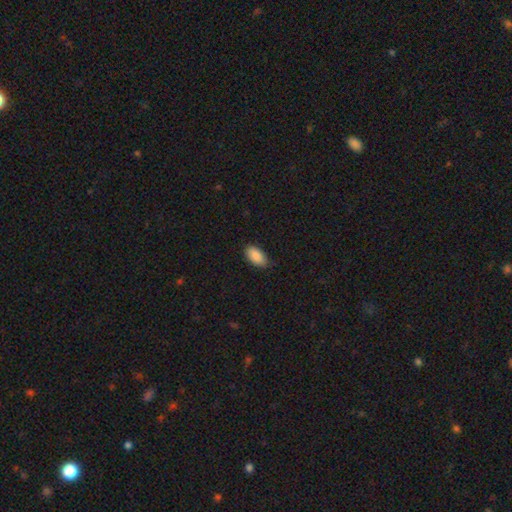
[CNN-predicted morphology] A smooth galaxy with no disk features (89%) that is in between round and cigar-shaped (94%). Merging: none (78%).